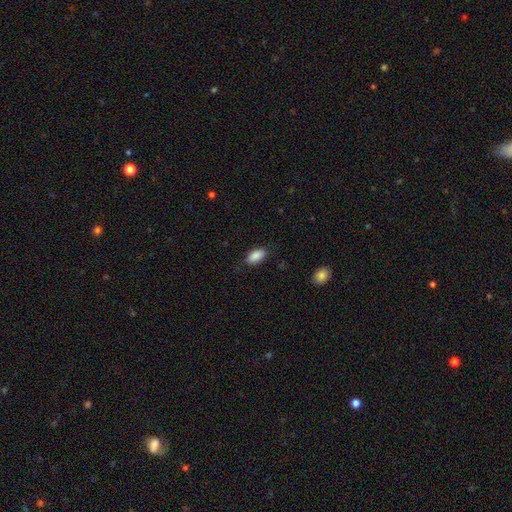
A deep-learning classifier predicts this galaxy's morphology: type=smooth (89%); roundness=in between (92%); merging=none (84%).